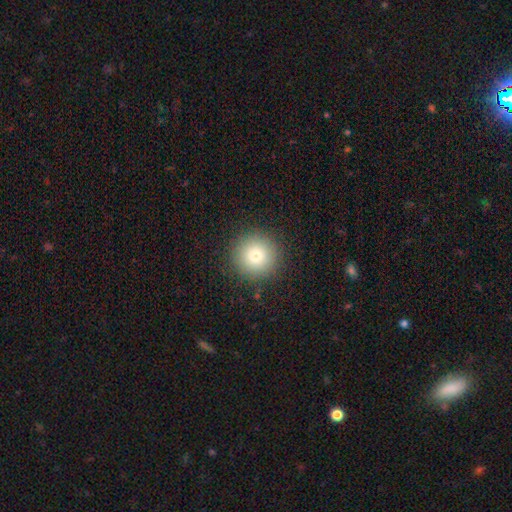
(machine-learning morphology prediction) The model was most divided on "smooth or featured": smooth: 79%, star or artifact: 12%, featured or disk: 9%. More confident: how rounded — round (96%); merging — none (91%).